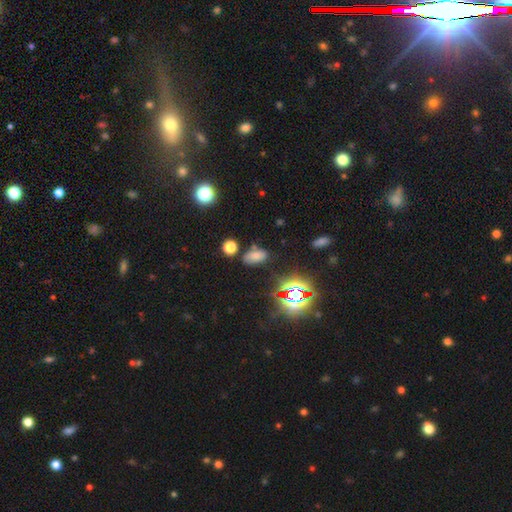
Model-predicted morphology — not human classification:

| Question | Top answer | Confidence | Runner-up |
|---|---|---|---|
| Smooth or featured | smooth | 62% | star or artifact (27%) |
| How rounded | in between | 88% | round (8%) |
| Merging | none | 71% | minor disturbance (16%) |